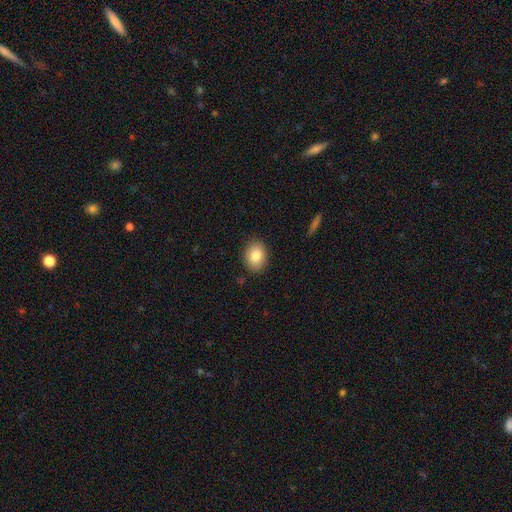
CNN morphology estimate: Smooth or featured?
  - smooth: 83% *
  - featured or disk: 9%
  - star or artifact: 8%
How rounded?
  - in between: 58% *
  - round: 41%
  - cigar-shaped: 1%
Merging?
  - none: 88% *
  - minor disturbance: 9%
  - major disturbance: 2%
  - merger: 1%